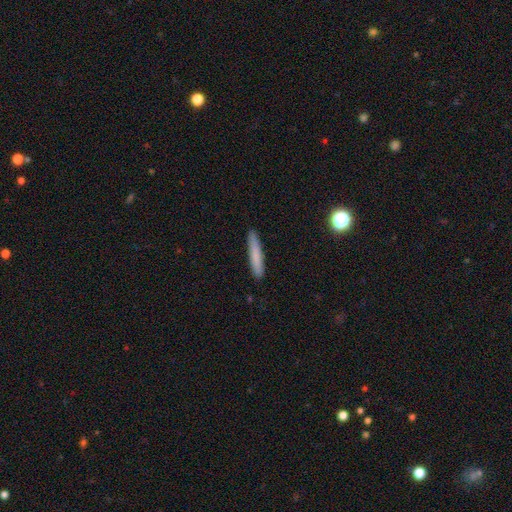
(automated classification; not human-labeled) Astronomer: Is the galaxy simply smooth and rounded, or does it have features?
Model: smooth — 79%.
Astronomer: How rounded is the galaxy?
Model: cigar-shaped — 93%.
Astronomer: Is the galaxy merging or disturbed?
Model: none — 88%.